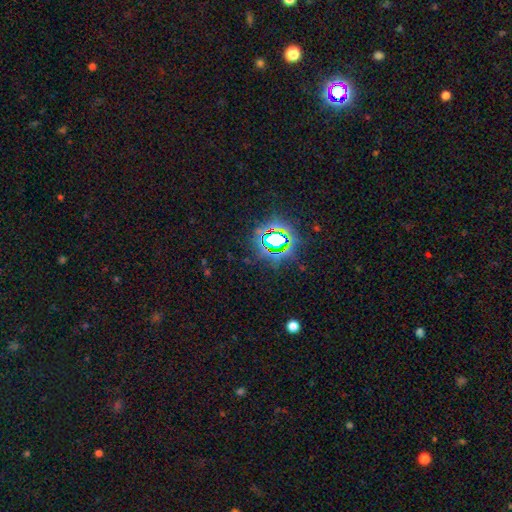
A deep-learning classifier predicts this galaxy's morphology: Smooth or featured?
  - star or artifact: 80% *
  - smooth: 13%
  - featured or disk: 7%